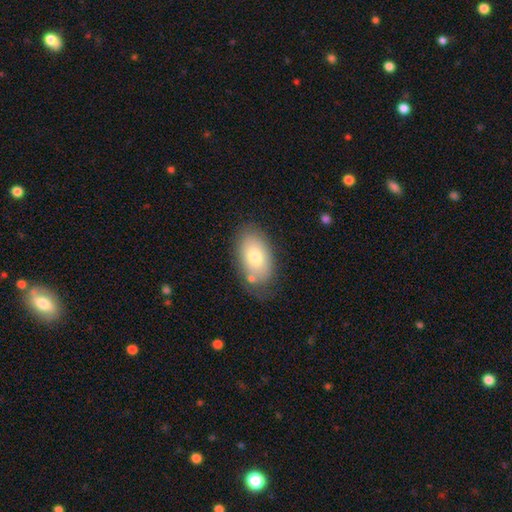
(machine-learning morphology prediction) smooth_or_featured: smooth (p=0.74) [alt: featured or disk p=0.18]
how_rounded: in between (p=0.92) [alt: round p=0.07]
merging: none (p=0.73) [alt: minor disturbance p=0.18]